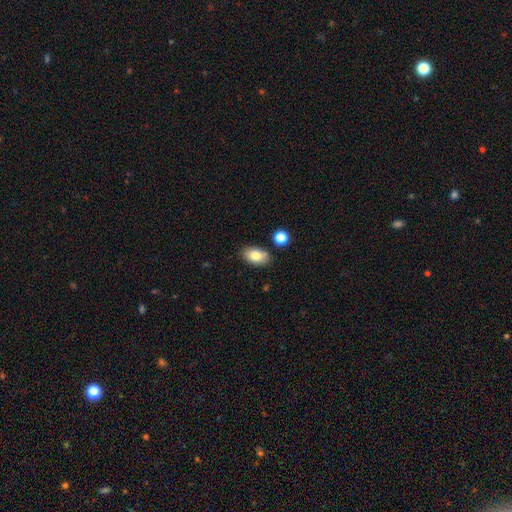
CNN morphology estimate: This appears to be a smooth galaxy with no disk features (82%) that is in between round and cigar-shaped (91%). Merging: none (80%).